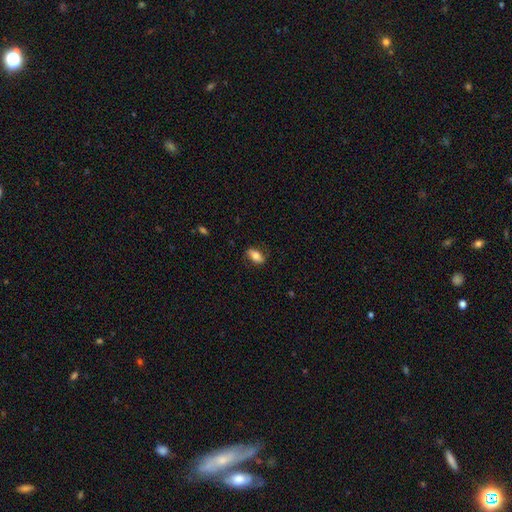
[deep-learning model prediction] This is likely a smooth galaxy (73%). How rounded: clearly in between (87%). Merging: likely none (76%).